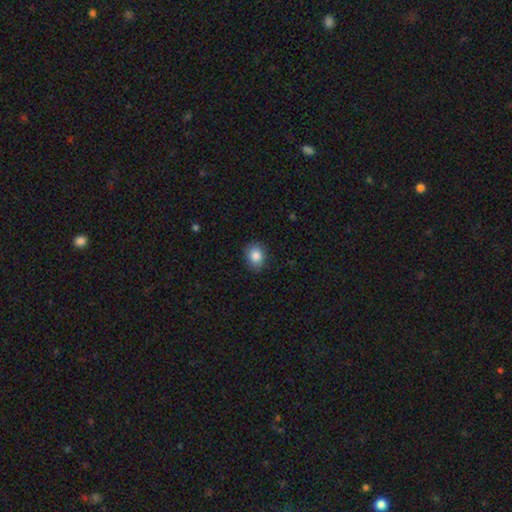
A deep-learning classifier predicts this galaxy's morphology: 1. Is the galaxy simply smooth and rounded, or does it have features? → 86% smooth, 9% star or artifact, 5% featured or disk.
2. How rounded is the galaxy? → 57% round, 42% in between, 1% cigar-shaped.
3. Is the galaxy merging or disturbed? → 85% none, 11% minor disturbance, 3% major disturbance, 1% merger.